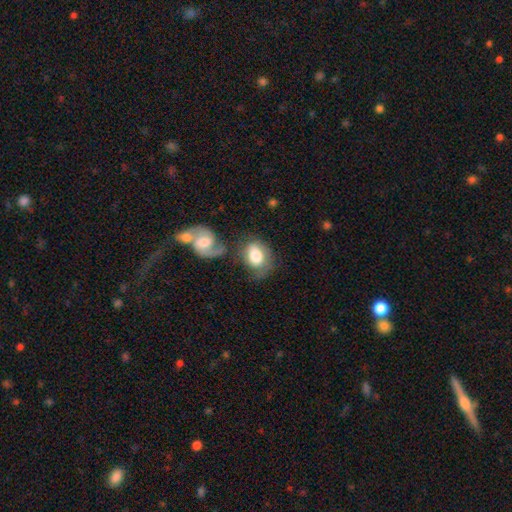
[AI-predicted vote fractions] Smooth or featured?
  - smooth: 70% *
  - featured or disk: 24%
  - star or artifact: 6%
How rounded?
  - in between: 72% *
  - round: 27%
  - cigar-shaped: 1%
Merging?
  - none: 43% *
  - merger: 22%
  - minor disturbance: 22%
  - major disturbance: 13%